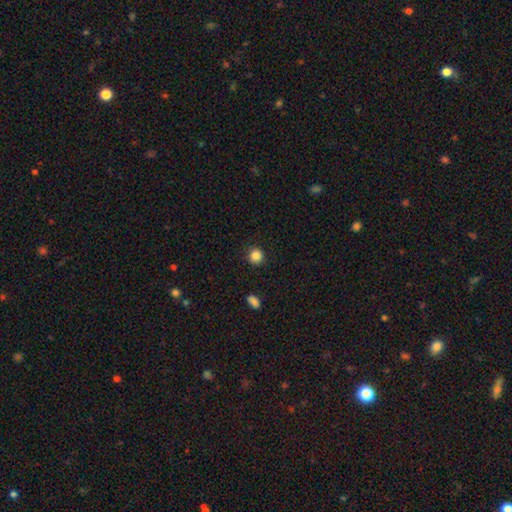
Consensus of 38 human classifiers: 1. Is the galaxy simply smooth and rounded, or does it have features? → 82% smooth, 11% featured or disk, 8% star or artifact.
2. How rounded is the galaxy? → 97% round, 3% in between, 0% cigar-shaped.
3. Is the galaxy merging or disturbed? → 94% none, 3% major disturbance, 3% merger, 0% minor disturbance.